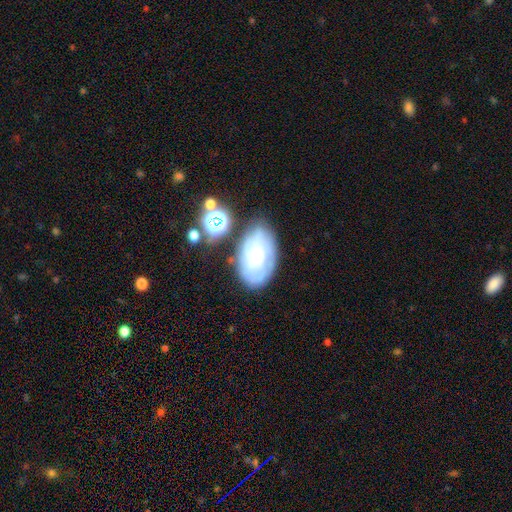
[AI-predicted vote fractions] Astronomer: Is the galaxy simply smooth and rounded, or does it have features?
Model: featured or disk — 49% (runner-up: smooth, 41%).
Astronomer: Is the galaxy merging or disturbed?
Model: none — 60%.